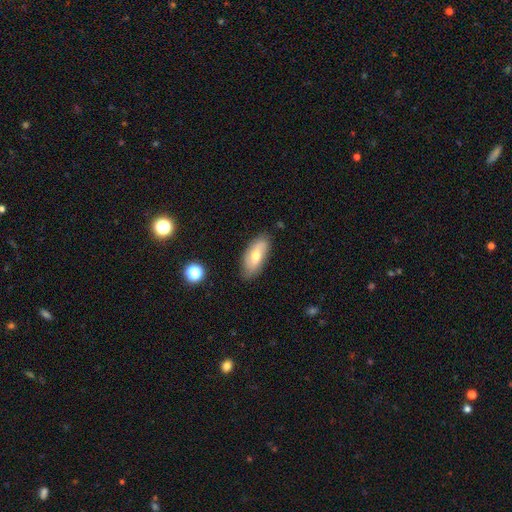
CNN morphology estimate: A smooth galaxy with no disk features (61%) that is in between round and cigar-shaped (84%).

Vote fractions:
- Smooth or featured? smooth: 61% / featured or disk: 31% / star or artifact: 7%
- How rounded? in between: 84% / cigar-shaped: 13% / round: 3%
- Merging? none: 82% / minor disturbance: 13% / major disturbance: 3% / merger: 2%